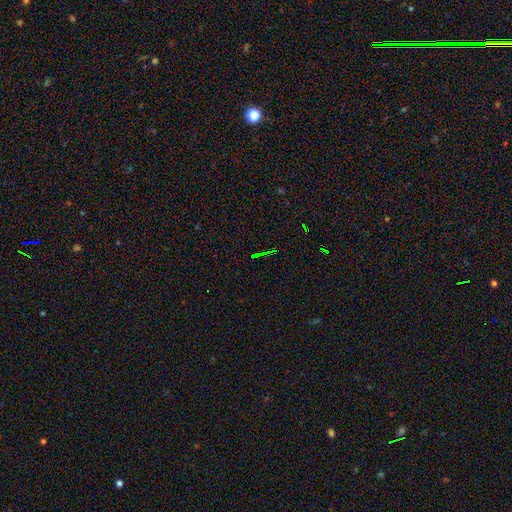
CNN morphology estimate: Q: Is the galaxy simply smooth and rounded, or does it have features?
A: star or artifact — 75%.